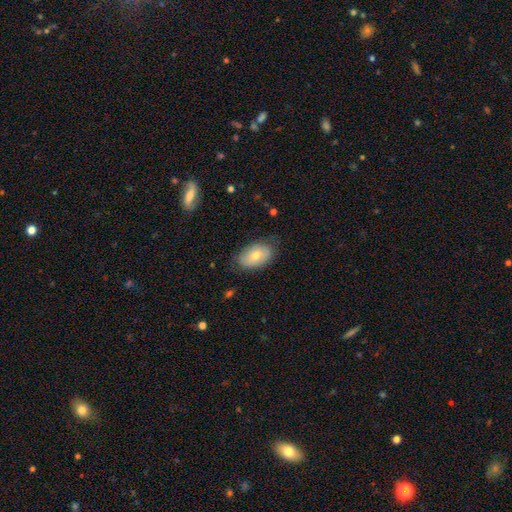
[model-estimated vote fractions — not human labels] This appears to be a smooth galaxy with no disk features (67%) that is in between round and cigar-shaped (91%). Merging: none (74%).